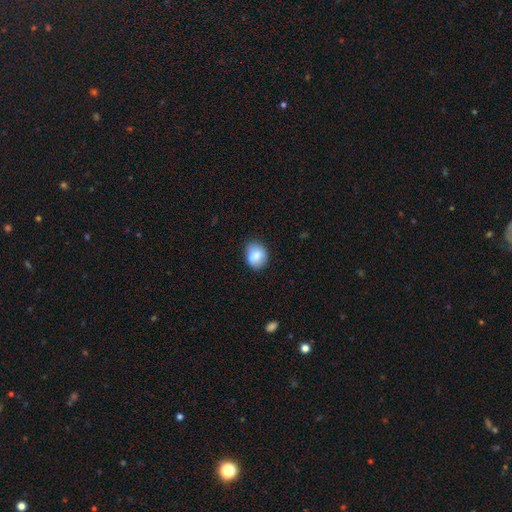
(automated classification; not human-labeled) The model was most divided on "how rounded": round: 55%, in between: 44%, cigar-shaped: 1%. More confident: smooth or featured — smooth (80%); merging — none (74%).